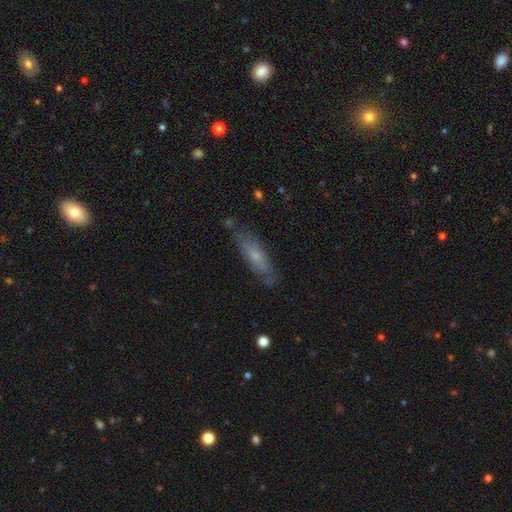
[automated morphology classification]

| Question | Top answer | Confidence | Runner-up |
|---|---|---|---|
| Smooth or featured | smooth | 57% | featured or disk (36%) |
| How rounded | cigar-shaped | 61% | in between (37%) |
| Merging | none | 75% | minor disturbance (18%) |